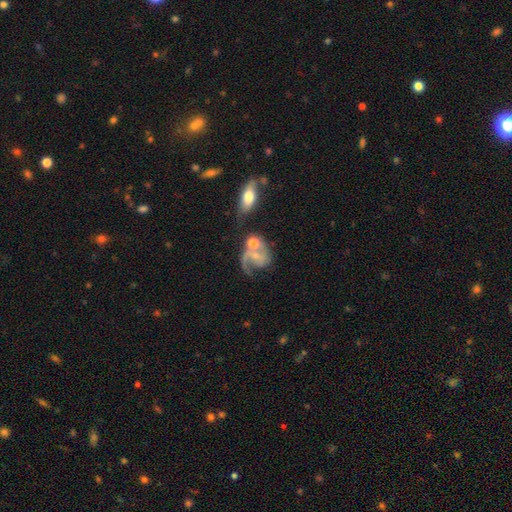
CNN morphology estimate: The model was most divided on "spiral winding": medium: 44%, loose: 41%, tight: 15%. Remaining: edge-on disk — no (98%); spiral arms — yes (90%); smooth or featured — featured or disk (75%); bar — no (59%); spiral arm count — 2 (56%); bulge size — small (50%); merging — none (34%).